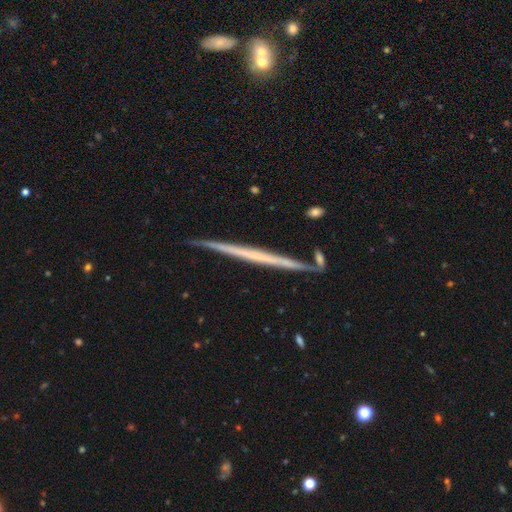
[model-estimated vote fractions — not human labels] This is likely a featured or disk galaxy (67%). It is clearly viewed edge-on (98%). Edge-on bulge: clearly none (87%). Merging: clearly none (89%).